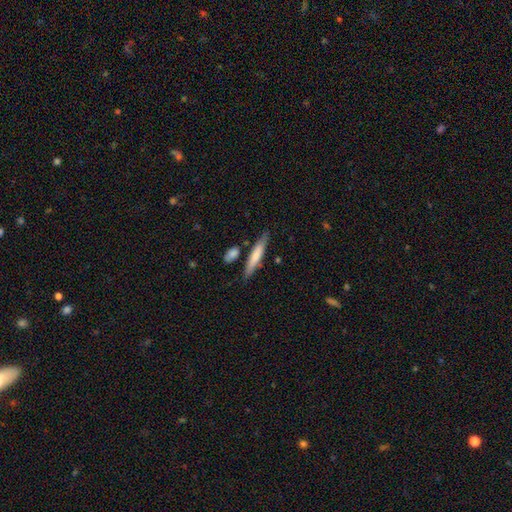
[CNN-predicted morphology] Smooth or featured: smooth — 70% (featured or disk — 25%)
How rounded: cigar-shaped — 90% (in between — 8%)
Merging: none — 80% (minor disturbance — 12%)